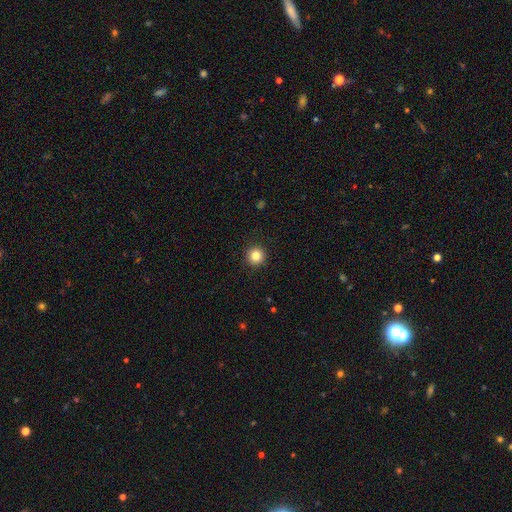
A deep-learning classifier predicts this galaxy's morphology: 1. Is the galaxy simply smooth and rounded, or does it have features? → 83% smooth, 12% star or artifact, 6% featured or disk.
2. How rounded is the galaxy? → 96% round, 3% in between, 1% cigar-shaped.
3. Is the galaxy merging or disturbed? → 93% none, 5% minor disturbance, 2% major disturbance, 1% merger.